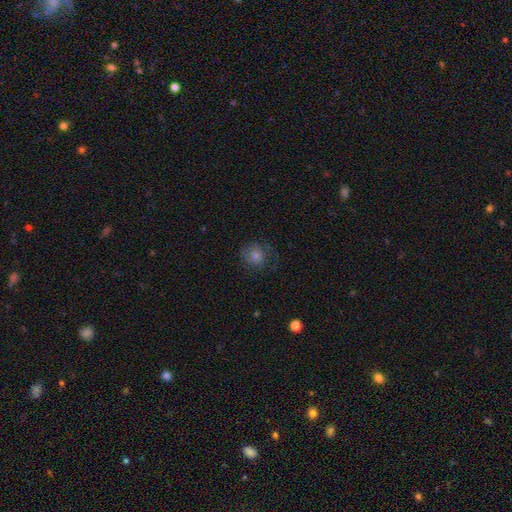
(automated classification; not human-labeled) Smooth or featured?
  - smooth: 54% *
  - featured or disk: 28%
  - star or artifact: 17%
How rounded?
  - round: 81% *
  - in between: 18%
  - cigar-shaped: 1%
Merging?
  - none: 69% *
  - minor disturbance: 18%
  - major disturbance: 12%
  - merger: 1%